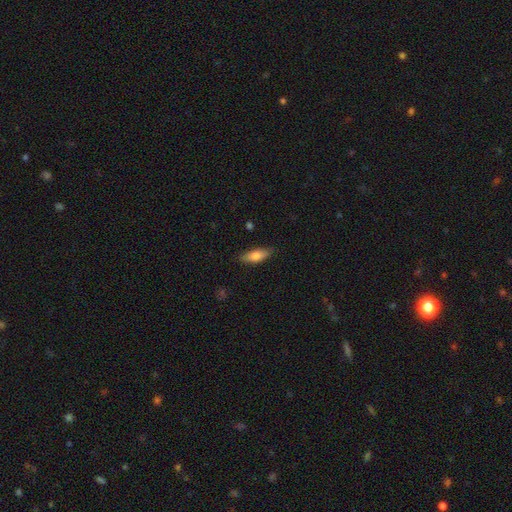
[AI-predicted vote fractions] A smooth galaxy with no disk features (74%) that is in between round and cigar-shaped (62%).

Vote fractions:
- Smooth or featured? smooth: 74% / featured or disk: 19% / star or artifact: 6%
- How rounded? in between: 62% / cigar-shaped: 35% / round: 2%
- Merging? none: 86% / minor disturbance: 11% / major disturbance: 2% / merger: 1%